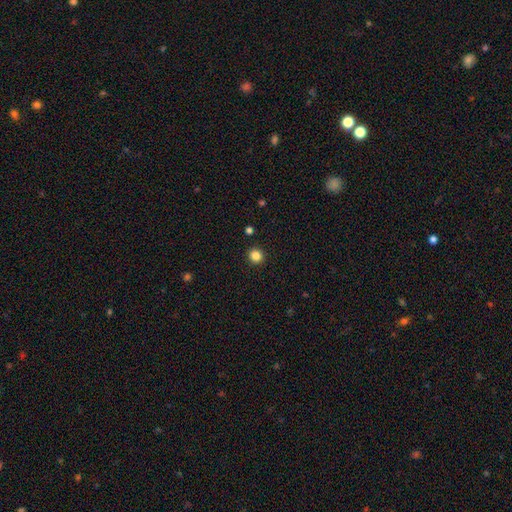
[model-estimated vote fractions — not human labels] Smooth or featured? smooth (85%)
How rounded? round (92%)
Merging? none (92%)